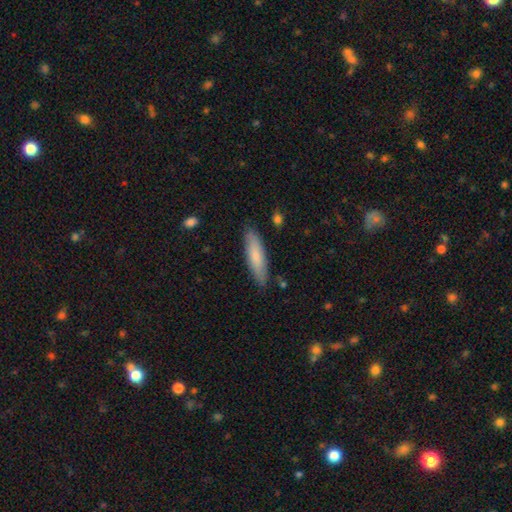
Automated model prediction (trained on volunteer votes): Smooth or featured? Predicted: smooth (p=0.76). How rounded? Predicted: cigar-shaped (p=0.68). Merging? Predicted: none (p=0.85).